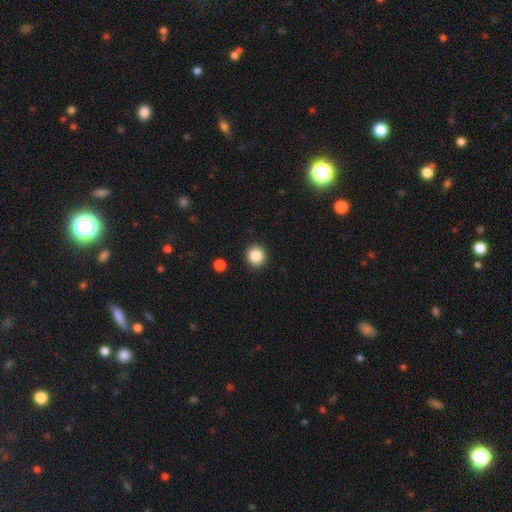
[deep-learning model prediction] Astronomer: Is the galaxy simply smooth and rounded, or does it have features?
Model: smooth — 85%.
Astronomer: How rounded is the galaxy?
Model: round — 92%.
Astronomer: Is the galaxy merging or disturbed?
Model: none — 91%.